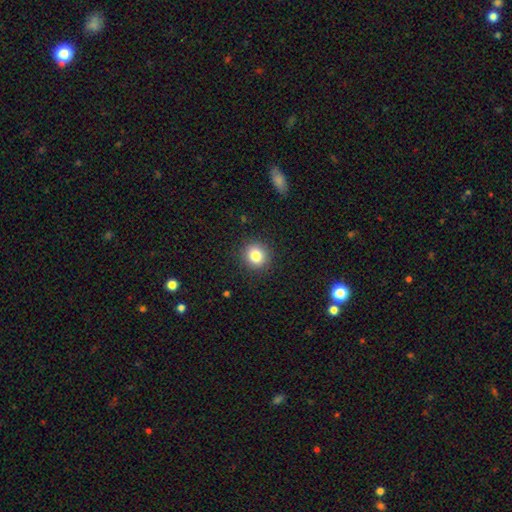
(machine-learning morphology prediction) Smooth or featured?
  - smooth: 82% *
  - star or artifact: 11%
  - featured or disk: 7%
How rounded?
  - round: 88% *
  - in between: 11%
  - cigar-shaped: 1%
Merging?
  - none: 91% *
  - minor disturbance: 6%
  - major disturbance: 2%
  - merger: 1%